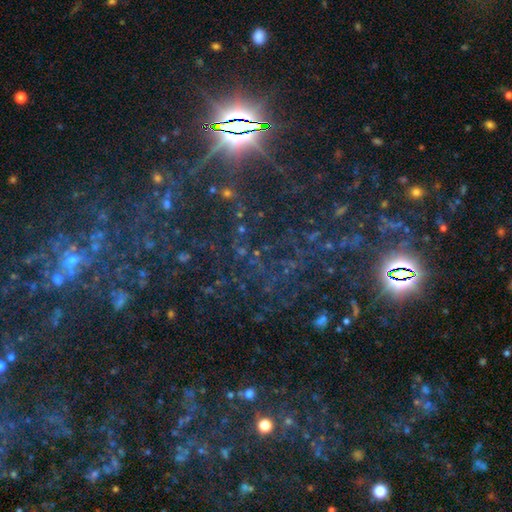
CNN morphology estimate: Q: Smooth or featured?
A: star or artifact (79%); runner-up: smooth (12%)